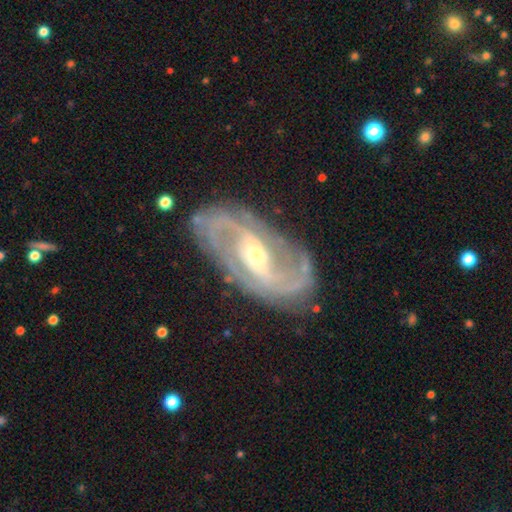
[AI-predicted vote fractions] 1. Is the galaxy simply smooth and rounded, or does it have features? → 90% featured or disk, 5% star or artifact, 4% smooth.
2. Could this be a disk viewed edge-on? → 95% no, 5% yes.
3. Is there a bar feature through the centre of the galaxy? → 45% weak, 31% strong, 24% no.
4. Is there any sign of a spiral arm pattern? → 98% yes, 2% no.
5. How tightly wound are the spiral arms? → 48% medium, 36% tight, 16% loose.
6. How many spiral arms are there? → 75% 2, 8% can't tell, 8% 3, 3% 4, 3% 1, 3% more than 4.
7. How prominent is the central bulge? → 51% small, 44% moderate, 2% large, 1% none, 1% dominant.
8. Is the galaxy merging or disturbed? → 79% none, 14% minor disturbance, 5% major disturbance, 2% merger.